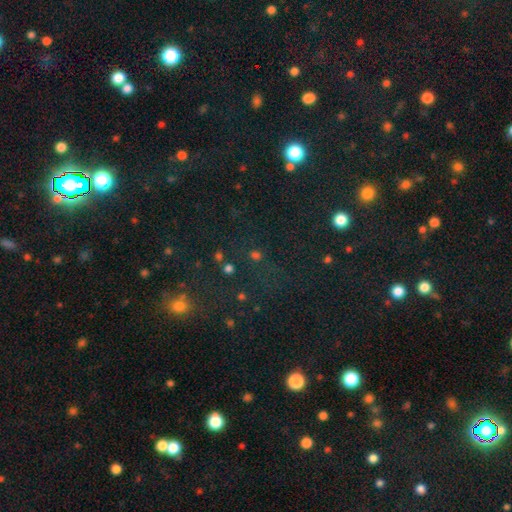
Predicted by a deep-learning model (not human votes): Smooth or featured: star or artifact — 53% (smooth — 39%)